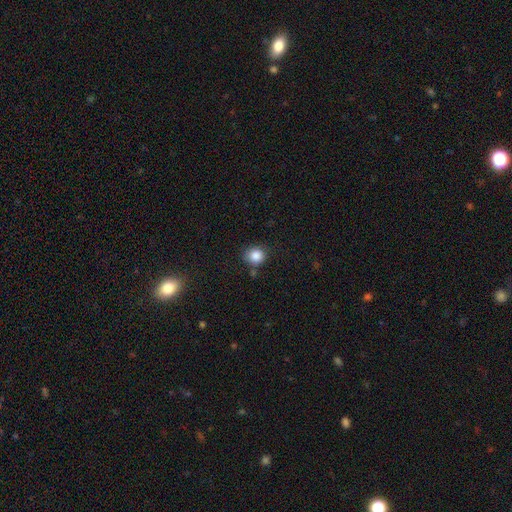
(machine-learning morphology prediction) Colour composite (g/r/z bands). It shows a smooth galaxy with no disk features (85%) that is round (76%). Merging: none (75%).